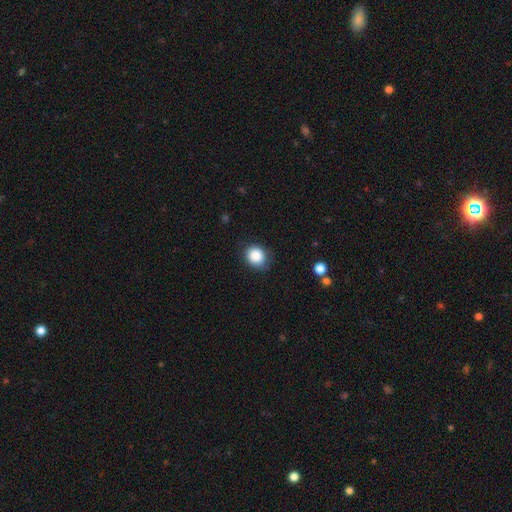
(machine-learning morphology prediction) Smooth or featured? Predicted: smooth (p=0.87). How rounded? Predicted: round (p=0.69). Merging? Predicted: none (p=0.76).